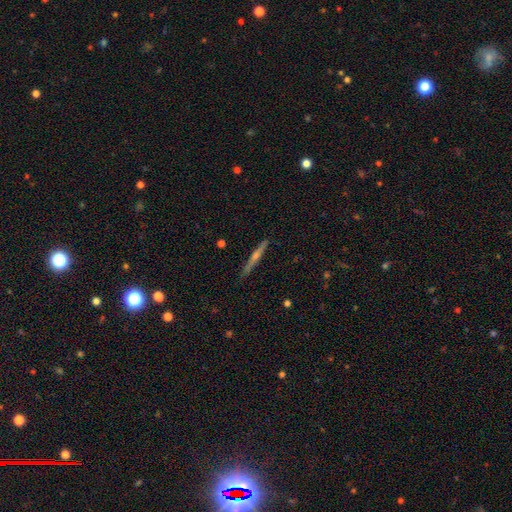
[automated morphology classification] Smooth or featured? featured or disk (57%)
Edge-on disk? yes (92%)
Edge-on bulge? rounded (71%)
Merging? none (87%)